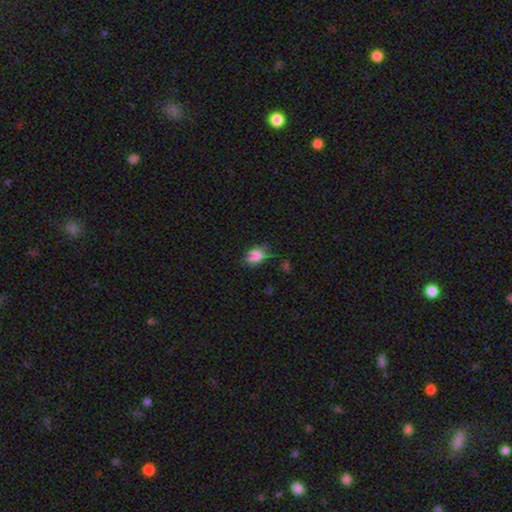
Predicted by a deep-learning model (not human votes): Smooth or featured? smooth (86%)
How rounded? in between (77%)
Merging? none (68%)